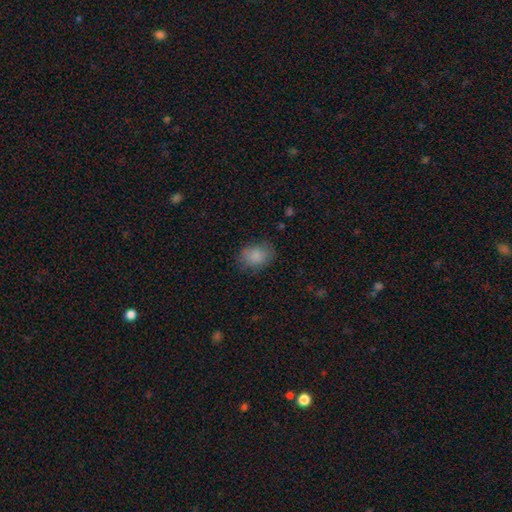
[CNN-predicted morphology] smooth_or_featured: smooth (p=0.86) [alt: star or artifact p=0.08]
how_rounded: in between (p=0.67) [alt: round p=0.32]
merging: none (p=0.76) [alt: minor disturbance p=0.18]